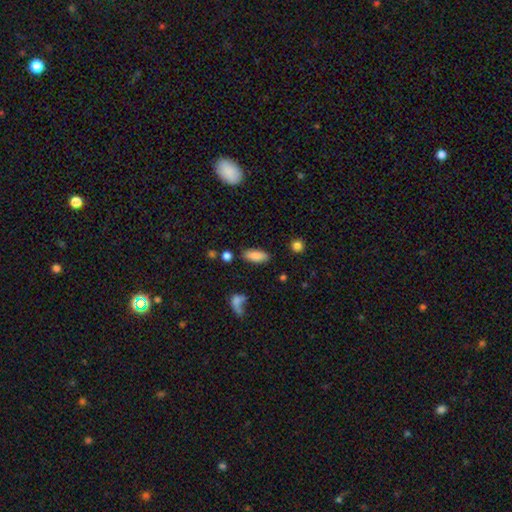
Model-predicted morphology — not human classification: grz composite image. It shows a smooth galaxy with no disk features (82%) that is in between round and cigar-shaped (80%). Merging: none (80%).